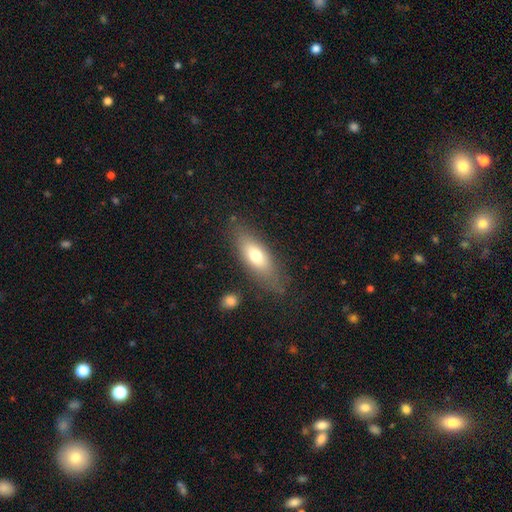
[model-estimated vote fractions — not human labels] Smooth or featured?
  - smooth: 69% *
  - featured or disk: 24%
  - star or artifact: 7%
How rounded?
  - in between: 65% *
  - cigar-shaped: 32%
  - round: 3%
Merging?
  - none: 75% *
  - minor disturbance: 16%
  - major disturbance: 6%
  - merger: 3%